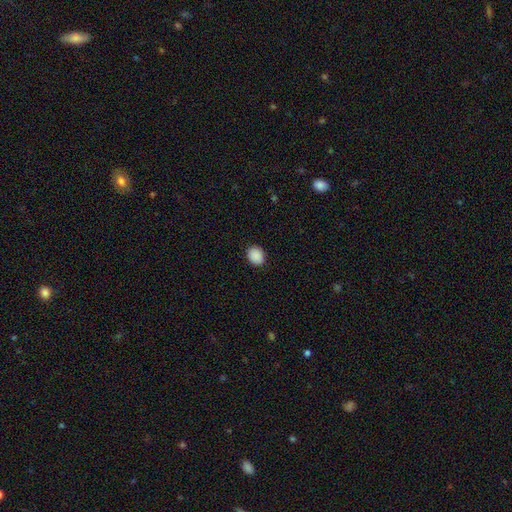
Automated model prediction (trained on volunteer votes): This is clearly a smooth galaxy (90%). How rounded: possibly round (59%). Merging: clearly none (89%).